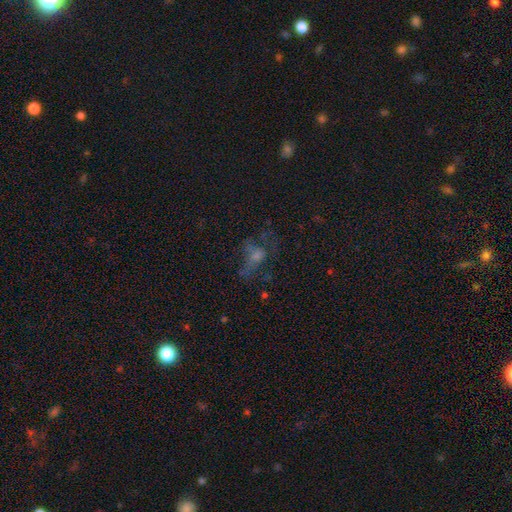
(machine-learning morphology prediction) The model was most divided on "merging": none: 40%, major disturbance: 39%, minor disturbance: 17%, merger: 5%. Remaining: smooth or featured — featured or disk (37%).